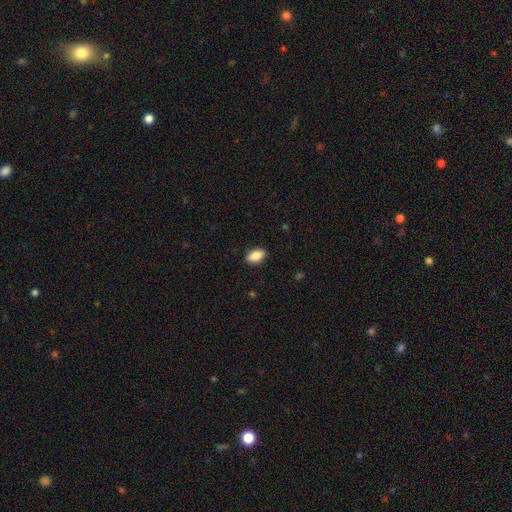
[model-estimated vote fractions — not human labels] Smooth or featured?
  - smooth: 87% *
  - star or artifact: 7%
  - featured or disk: 6%
How rounded?
  - in between: 91% *
  - round: 5%
  - cigar-shaped: 4%
Merging?
  - none: 88% *
  - minor disturbance: 9%
  - major disturbance: 2%
  - merger: 1%